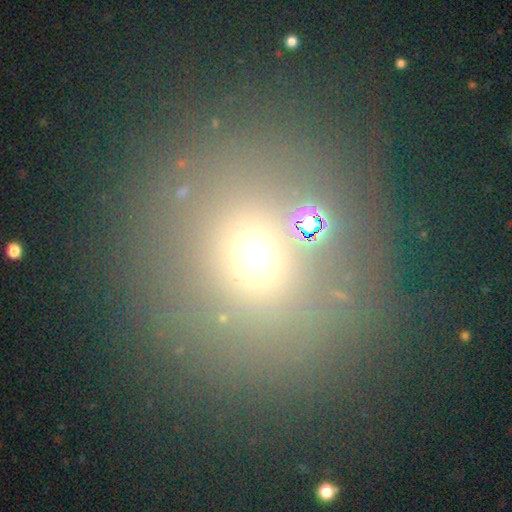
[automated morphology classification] Smooth or featured? smooth (60%)
How rounded? round (78%)
Merging? none (72%)